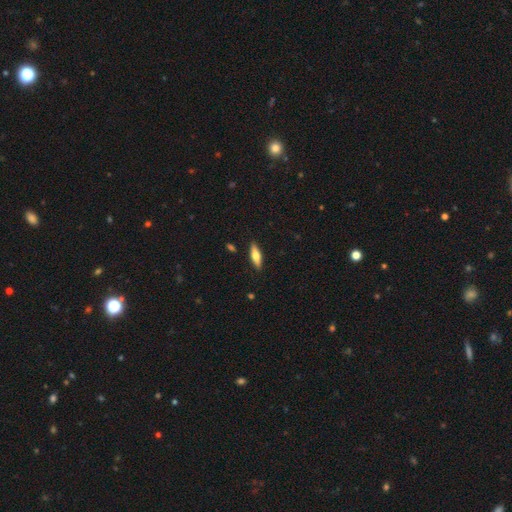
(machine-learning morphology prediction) smooth 55%, featured or disk 39%, star or artifact 6%. Down the decision tree: how rounded — cigar-shaped (56%); merging — none (88%).